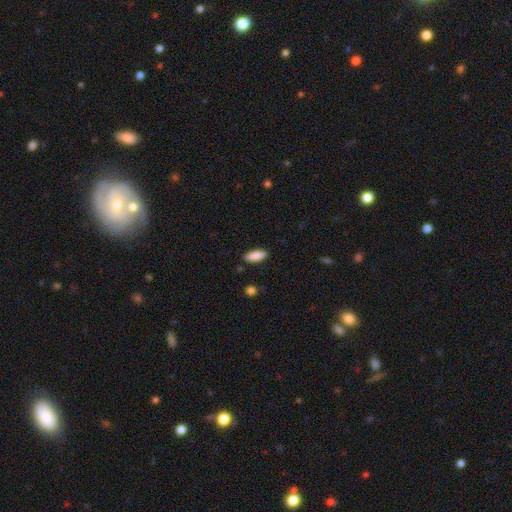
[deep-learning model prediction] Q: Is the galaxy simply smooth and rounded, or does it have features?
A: smooth — 89%.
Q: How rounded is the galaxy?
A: in between — 75%.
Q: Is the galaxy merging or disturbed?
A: none — 87%.